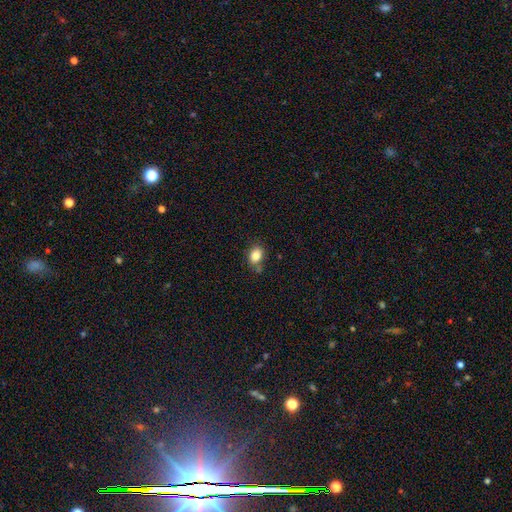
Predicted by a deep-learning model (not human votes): This appears to be a smooth galaxy with no disk features (84%) that is in between round and cigar-shaped (70%). Merging: none (69%).